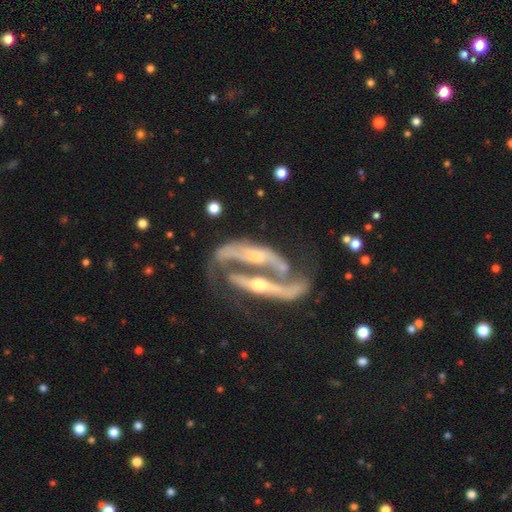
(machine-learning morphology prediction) A featured or disk galaxy (81%) with no bar (49%), spiral arms (62%) and a moderate central bulge (51%).

Vote fractions:
- Smooth or featured? featured or disk: 81% / smooth: 12% / star or artifact: 7%
- Edge-on disk? no: 62% / yes: 38%
- Bar? no: 49% / strong: 31% / weak: 19%
- Spiral arms? yes: 62% / no: 38%
- Bulge size? moderate: 51% / small: 34% / large: 6% / none: 6% / dominant: 2%
- Merging? merger: 50% / major disturbance: 20% / none: 20% / minor disturbance: 10%